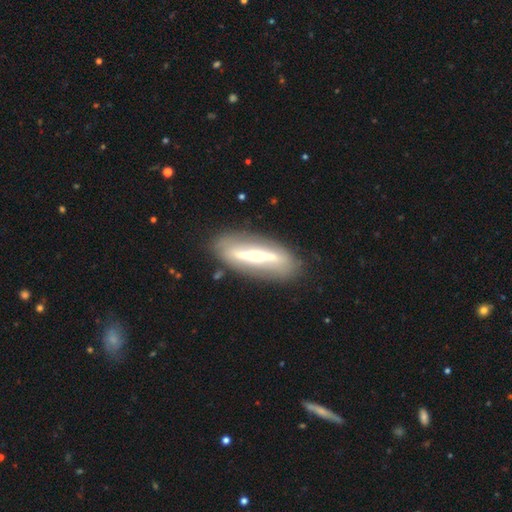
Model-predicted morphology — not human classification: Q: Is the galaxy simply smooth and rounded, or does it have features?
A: featured or disk — 69%.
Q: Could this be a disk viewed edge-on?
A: no — 52%.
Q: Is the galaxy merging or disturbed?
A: none — 80%.